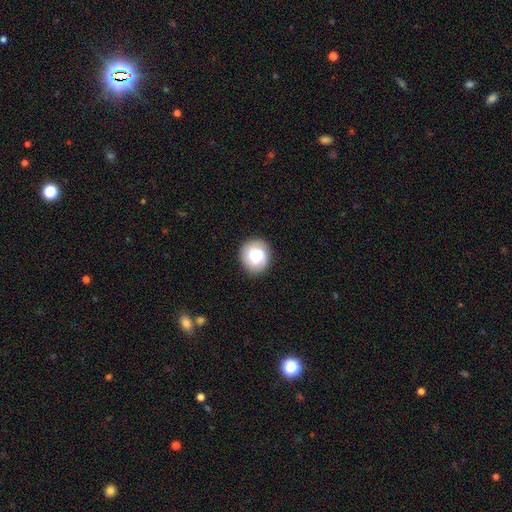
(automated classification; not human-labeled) This appears to be a smooth galaxy with no disk features (64%) that is round (85%). Merging: none (87%).